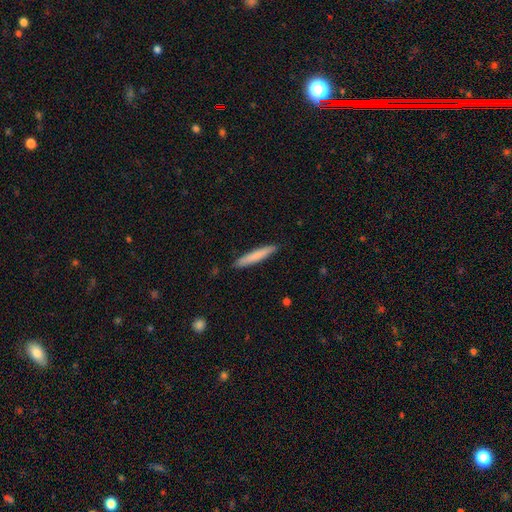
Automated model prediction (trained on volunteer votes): This is likely a smooth galaxy (77%). How rounded: clearly cigar-shaped (94%). Merging: clearly none (89%).